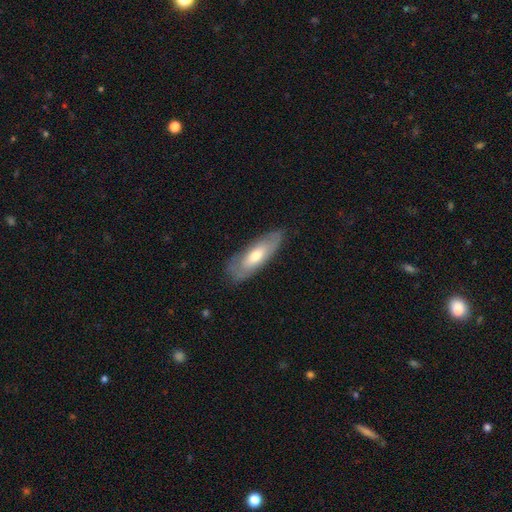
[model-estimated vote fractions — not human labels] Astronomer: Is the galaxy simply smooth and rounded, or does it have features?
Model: smooth — 54% (runner-up: featured or disk, 40%).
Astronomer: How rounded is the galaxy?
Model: in between — 58% (runner-up: cigar-shaped, 40%).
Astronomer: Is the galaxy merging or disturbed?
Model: none — 78%.